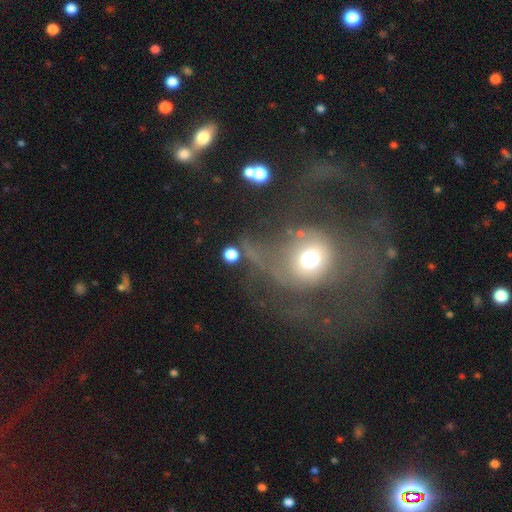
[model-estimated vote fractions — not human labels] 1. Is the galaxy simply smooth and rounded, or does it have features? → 48% featured or disk, 35% smooth, 17% star or artifact.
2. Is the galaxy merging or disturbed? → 50% major disturbance, 30% none, 14% minor disturbance, 6% merger.